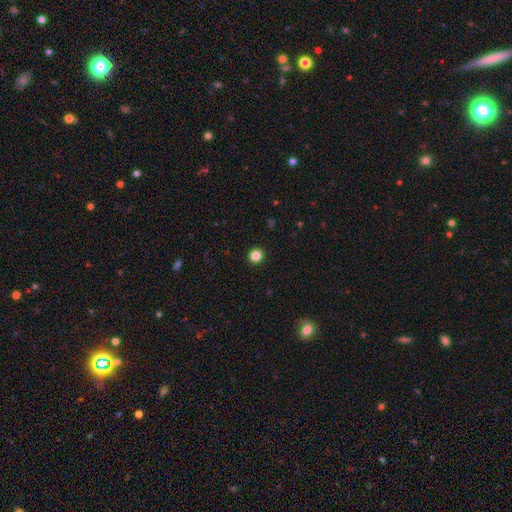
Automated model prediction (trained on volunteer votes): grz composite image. It shows a smooth galaxy with no disk features (85%) that is round (94%). Merging: none (94%).